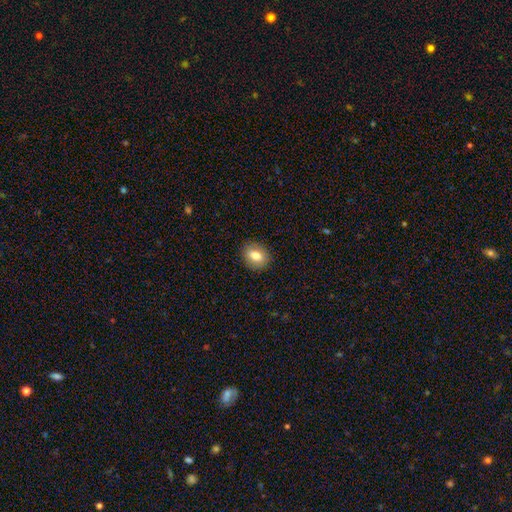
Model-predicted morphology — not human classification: Smooth or featured: smooth — 79% (featured or disk — 12%)
How rounded: in between — 55% (round — 43%)
Merging: none — 89% (minor disturbance — 8%)